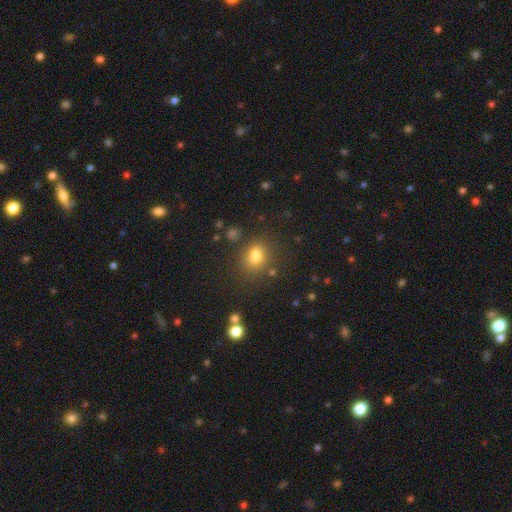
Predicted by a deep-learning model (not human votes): This appears to be a smooth galaxy with no disk features (76%) that is in between round and cigar-shaped (50%). Merging: none (67%).